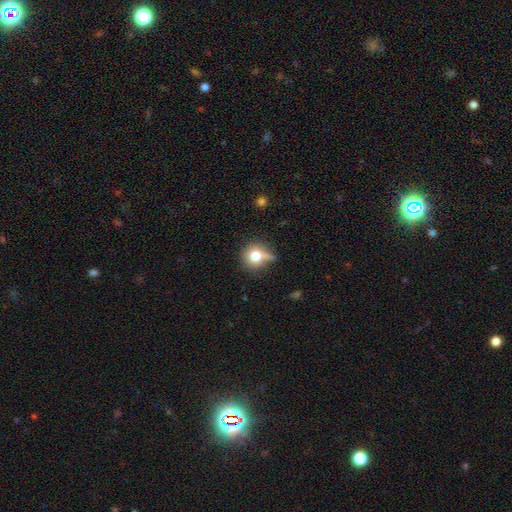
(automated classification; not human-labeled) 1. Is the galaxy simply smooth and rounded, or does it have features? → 73% smooth, 15% featured or disk, 12% star or artifact.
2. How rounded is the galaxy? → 87% round, 12% in between, 1% cigar-shaped.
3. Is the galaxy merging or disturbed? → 53% none, 25% minor disturbance, 13% major disturbance, 9% merger.